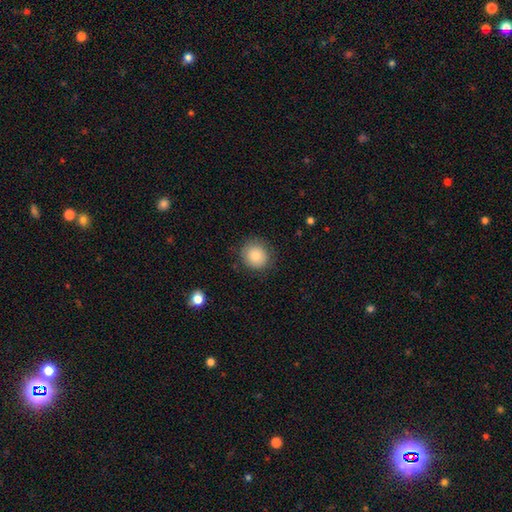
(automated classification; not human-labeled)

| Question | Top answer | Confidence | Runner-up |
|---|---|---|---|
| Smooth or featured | smooth | 84% | star or artifact (9%) |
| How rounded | round | 87% | in between (12%) |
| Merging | none | 84% | minor disturbance (11%) |